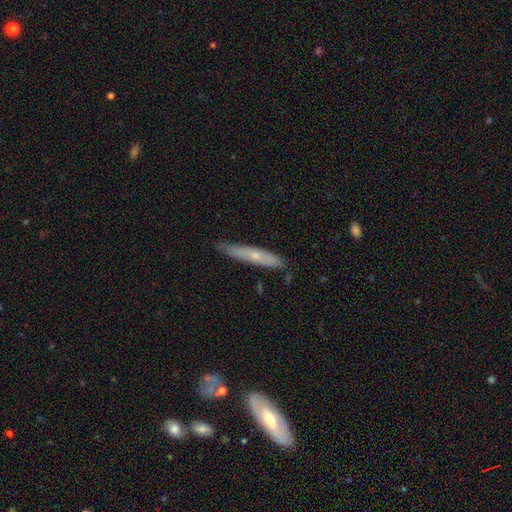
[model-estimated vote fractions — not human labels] smooth_or_featured: smooth (p=0.48) [alt: featured or disk p=0.45]
merging: none (p=0.80) [alt: minor disturbance p=0.16]